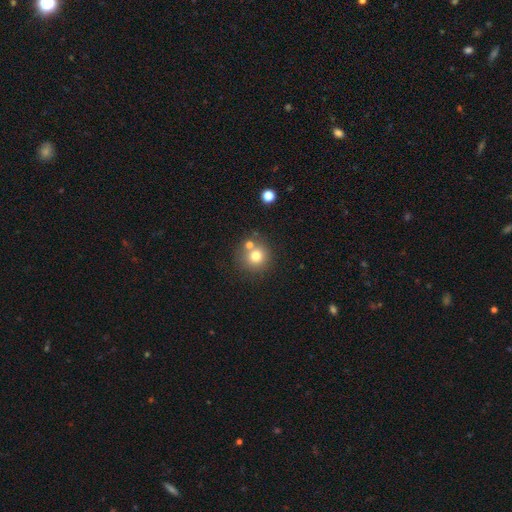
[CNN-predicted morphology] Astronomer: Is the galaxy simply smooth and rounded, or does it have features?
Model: smooth — 74%.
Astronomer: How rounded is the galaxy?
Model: round — 92%.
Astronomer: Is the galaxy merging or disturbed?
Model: none — 66%.